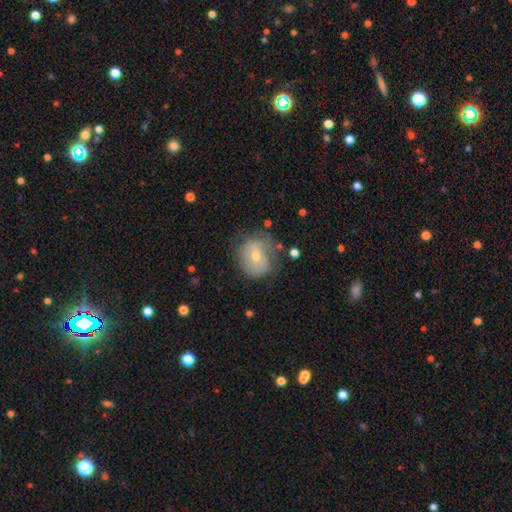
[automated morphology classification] Q: Smooth or featured?
A: featured or disk (51%); runner-up: smooth (39%)
Q: Edge-on disk?
A: no (96%); runner-up: yes (4%)
Q: Merging?
A: none (61%); runner-up: minor disturbance (25%)